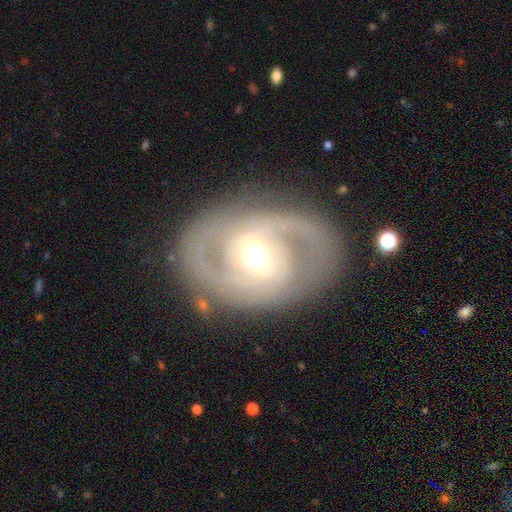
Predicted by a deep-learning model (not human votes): Smooth or featured?
  - featured or disk: 86% *
  - smooth: 9%
  - star or artifact: 5%
Edge-on disk?
  - no: 96% *
  - yes: 4%
Bar?
  - weak: 45% *
  - no: 30%
  - strong: 25%
Spiral arms?
  - yes: 89% *
  - no: 11%
Spiral winding?
  - tight: 44% *
  - medium: 42%
  - loose: 14%
Spiral arm count?
  - 2: 74% *
  - can't tell: 12%
  - 3: 6%
  - 1: 4%
  - 4: 2%
  - more than 4: 2%
Bulge size?
  - moderate: 66% *
  - small: 19%
  - large: 12%
  - dominant: 2%
  - none: 1%
Merging?
  - none: 79% *
  - minor disturbance: 12%
  - major disturbance: 7%
  - merger: 2%